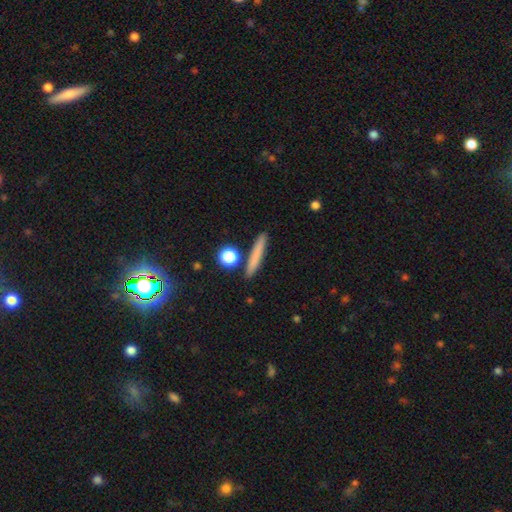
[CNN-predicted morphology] The model was most divided on "smooth or featured": smooth: 74%, featured or disk: 17%, star or artifact: 9%. More confident: how rounded — cigar-shaped (89%); merging — none (87%).